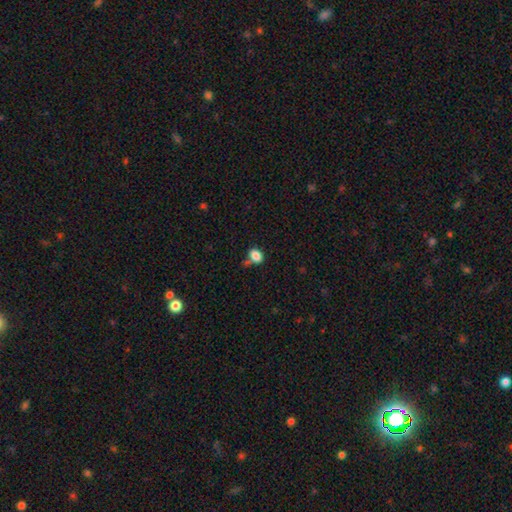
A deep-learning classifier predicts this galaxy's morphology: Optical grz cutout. It shows a smooth galaxy with no disk features (84%) that is in between round and cigar-shaped (72%). Merging: none (57%).